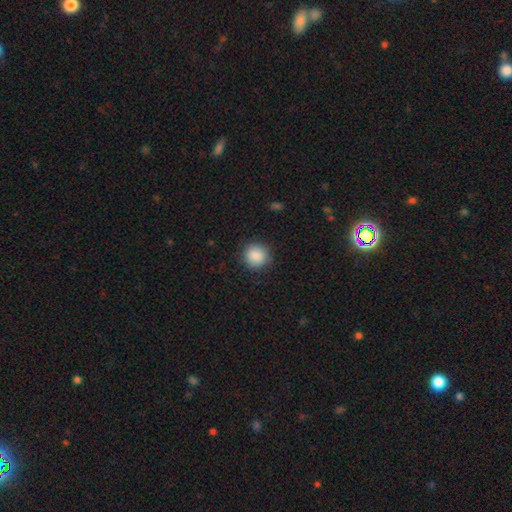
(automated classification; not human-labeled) The model was most divided on "smooth or featured": smooth: 89%, star or artifact: 8%, featured or disk: 3%. More confident: how rounded — round (92%); merging — none (89%).